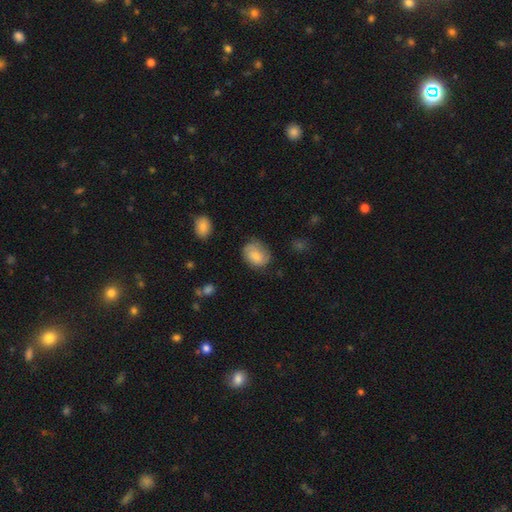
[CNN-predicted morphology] A smooth galaxy with no disk features (78%) that is in between round and cigar-shaped (64%). Merging: none (65%).